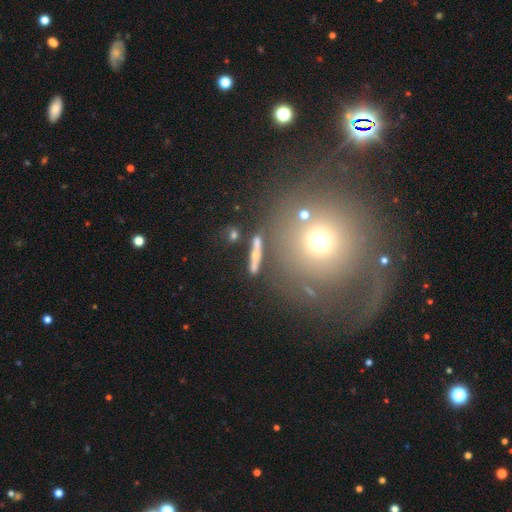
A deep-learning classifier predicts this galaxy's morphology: smooth 44%, featured or disk 43%, star or artifact 13%. Down the decision tree: merging — none (69%).